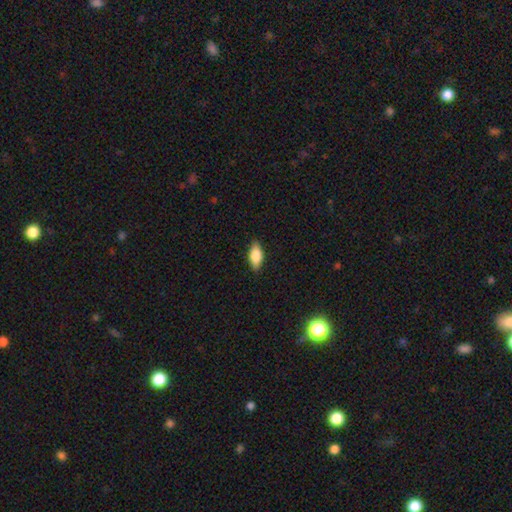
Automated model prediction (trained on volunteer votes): A smooth galaxy with no disk features (75%) that is in between round and cigar-shaped (84%).

Vote fractions:
- Smooth or featured? smooth: 75% / featured or disk: 18% / star or artifact: 7%
- How rounded? in between: 84% / cigar-shaped: 13% / round: 3%
- Merging? none: 87% / minor disturbance: 10% / major disturbance: 2% / merger: 1%